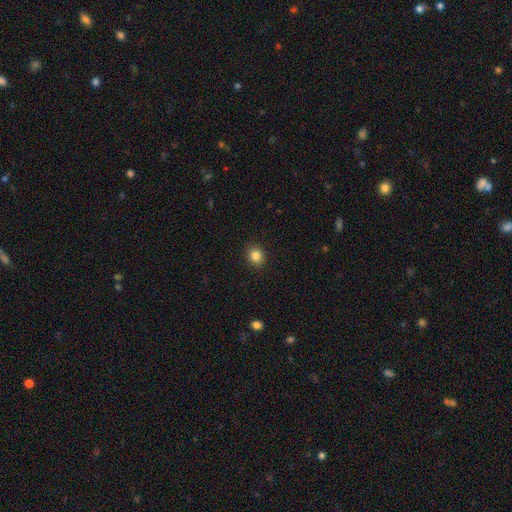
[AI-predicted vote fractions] A smooth galaxy with no disk features (84%) that is round (77%).

Vote fractions:
- Smooth or featured? smooth: 84% / star or artifact: 11% / featured or disk: 5%
- How rounded? round: 77% / in between: 22% / cigar-shaped: 1%
- Merging? none: 91% / minor disturbance: 6% / major disturbance: 2% / merger: 1%